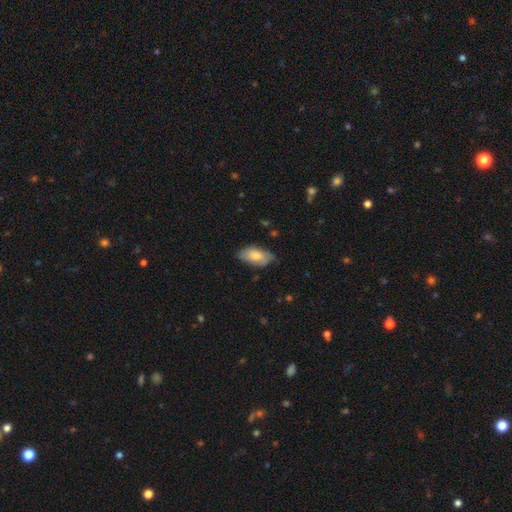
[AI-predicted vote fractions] smooth 74%, featured or disk 20%, star or artifact 6%. Down the decision tree: how rounded — in between (92%); merging — none (67%).